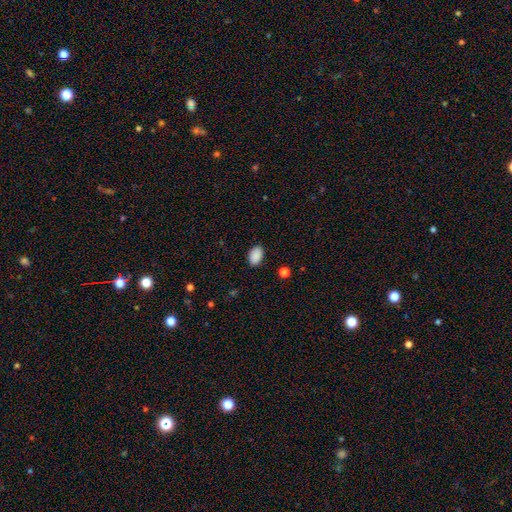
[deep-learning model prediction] Morphology: type=smooth (89%); roundness=in between (87%); merging=none (87%).